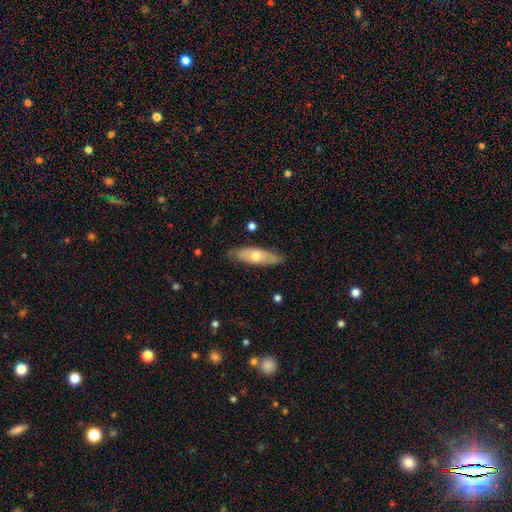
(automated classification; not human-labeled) Morphology: type=smooth (55%); roundness=in between (55%); merging=none (80%).